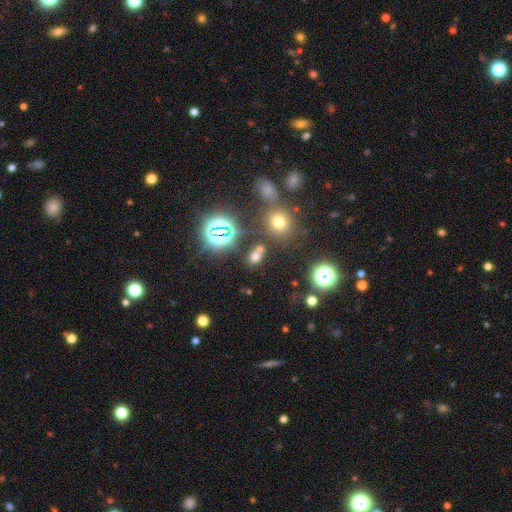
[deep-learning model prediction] Morphology: type=smooth (52%); roundness=in between (56%); merging=none (66%).